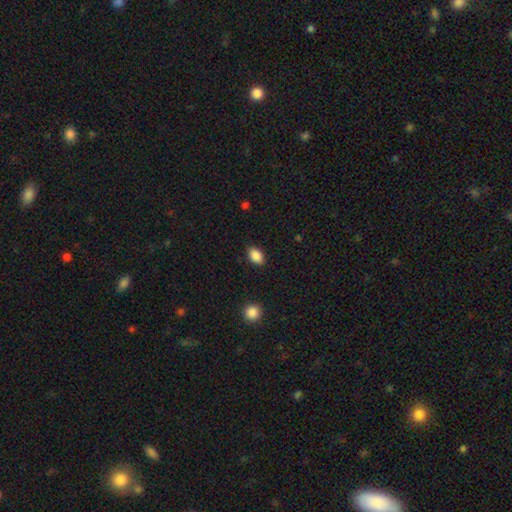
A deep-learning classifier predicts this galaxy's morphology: A smooth galaxy with no disk features (88%) that is in between round and cigar-shaped (85%).

Vote fractions:
- Smooth or featured? smooth: 88% / star or artifact: 8% / featured or disk: 4%
- How rounded? in between: 85% / round: 14% / cigar-shaped: 1%
- Merging? none: 85% / minor disturbance: 12% / major disturbance: 3% / merger: 1%